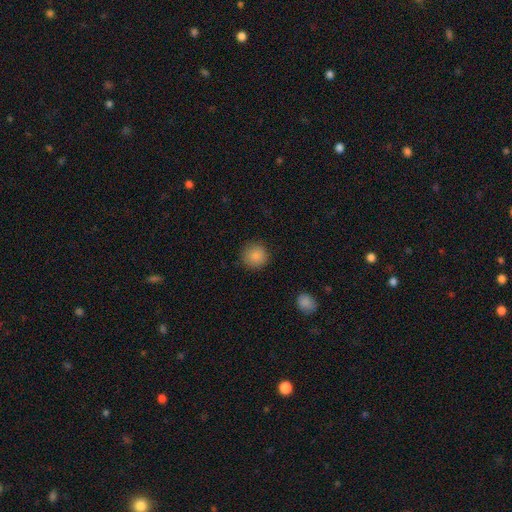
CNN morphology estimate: Smooth or featured? Predicted: smooth (p=0.87). How rounded? Predicted: round (p=0.94). Merging? Predicted: none (p=0.89).